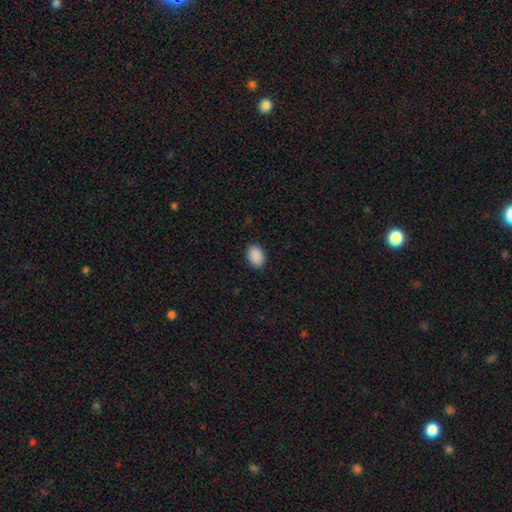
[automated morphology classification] This is clearly a smooth galaxy (91%). How rounded: likely in between (78%). Merging: clearly none (89%).